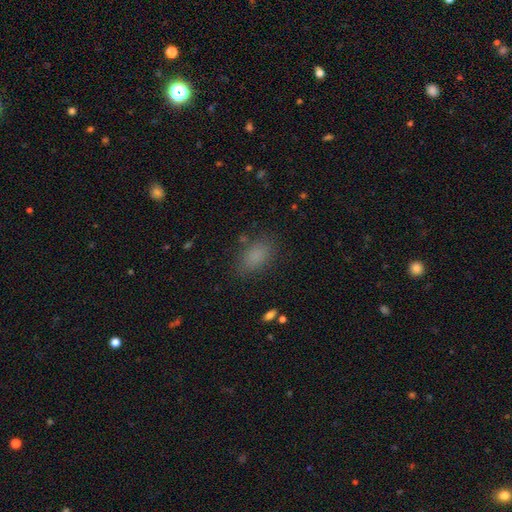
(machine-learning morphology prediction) Smooth or featured? smooth (83%)
How rounded? in between (86%)
Merging? none (82%)